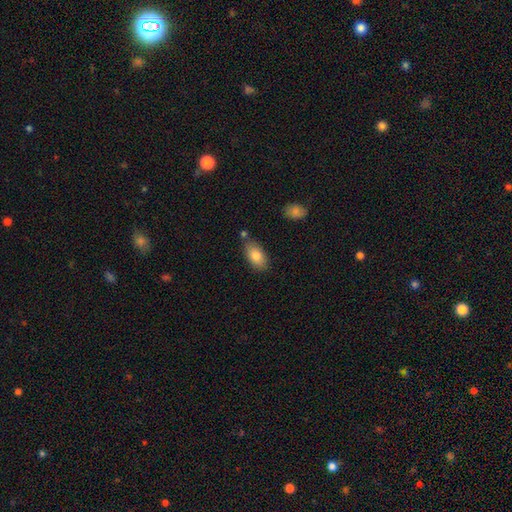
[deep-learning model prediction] A smooth galaxy with no disk features (83%) that is in between round and cigar-shaped (92%).

Vote fractions:
- Smooth or featured? smooth: 83% / featured or disk: 10% / star or artifact: 7%
- How rounded? in between: 92% / round: 4% / cigar-shaped: 4%
- Merging? none: 73% / minor disturbance: 16% / merger: 7% / major disturbance: 3%